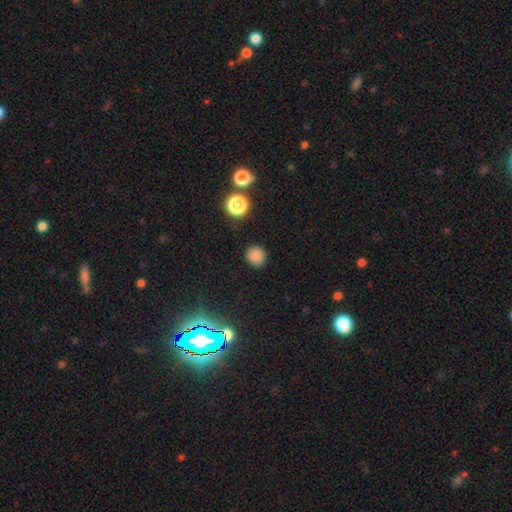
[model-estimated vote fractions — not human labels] A smooth galaxy with no disk features (82%) that is round (88%).

Vote fractions:
- Smooth or featured? smooth: 82% / star or artifact: 14% / featured or disk: 4%
- How rounded? round: 88% / in between: 11% / cigar-shaped: 1%
- Merging? none: 88% / minor disturbance: 8% / major disturbance: 3% / merger: 2%